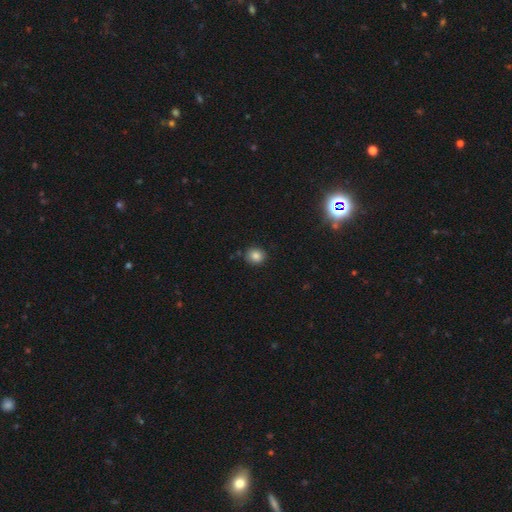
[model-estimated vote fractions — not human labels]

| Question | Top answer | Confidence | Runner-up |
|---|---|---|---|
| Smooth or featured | smooth | 84% | star or artifact (11%) |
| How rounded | round | 82% | in between (17%) |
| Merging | none | 87% | minor disturbance (9%) |